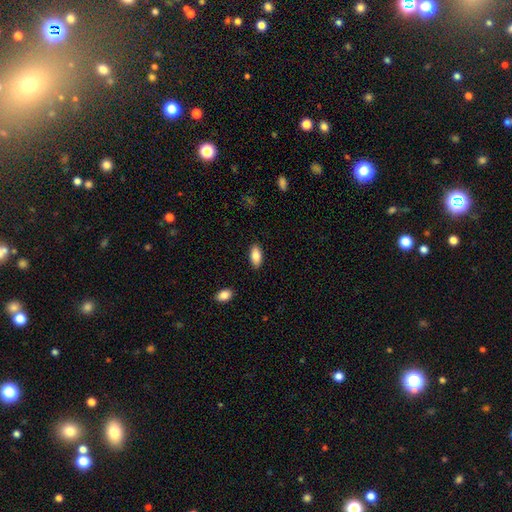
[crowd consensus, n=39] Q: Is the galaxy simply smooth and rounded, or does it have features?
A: smooth — 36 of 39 (92%).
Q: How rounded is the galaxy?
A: in between — 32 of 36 (89%).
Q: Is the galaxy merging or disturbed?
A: none — 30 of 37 (81%).